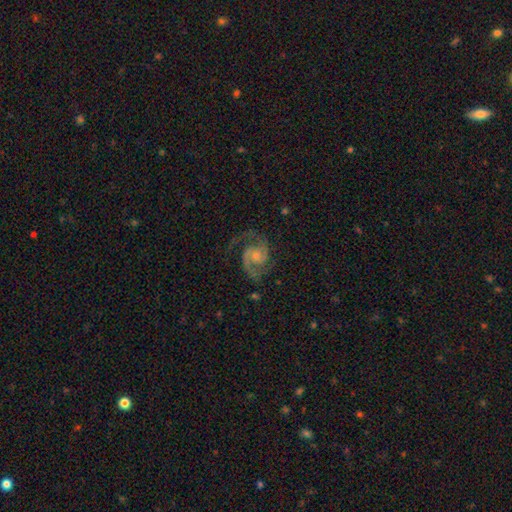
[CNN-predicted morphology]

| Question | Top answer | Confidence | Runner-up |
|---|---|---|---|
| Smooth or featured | featured or disk | 91% | star or artifact (5%) |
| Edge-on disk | no | 98% | yes (2%) |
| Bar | no | 65% | weak (30%) |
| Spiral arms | yes | 98% | no (2%) |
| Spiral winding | medium | 60% | tight (22%) |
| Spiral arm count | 2 | 92% | 3 (2%) |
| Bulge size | small | 55% | moderate (32%) |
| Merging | none | 73% | minor disturbance (16%) |